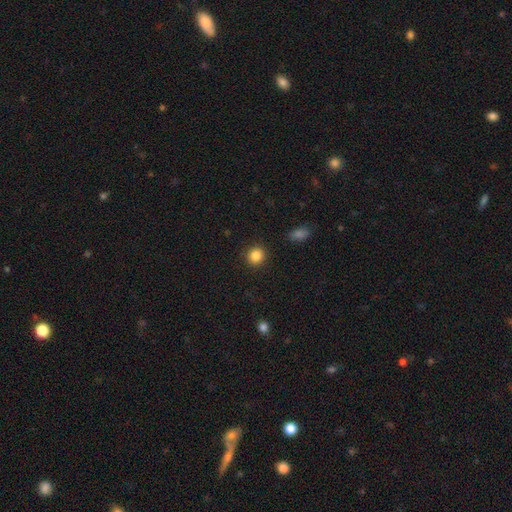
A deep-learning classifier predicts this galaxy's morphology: smooth 86%, star or artifact 10%, featured or disk 4%. Down the decision tree: how rounded — round (89%); merging — none (91%).